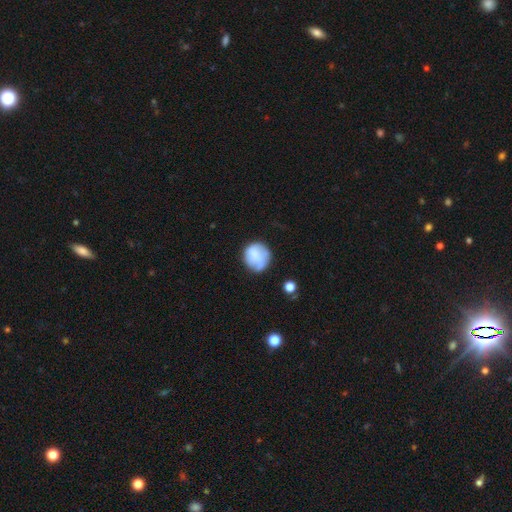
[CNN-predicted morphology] type=smooth (71%); roundness=round (83%); merging=none (62%).